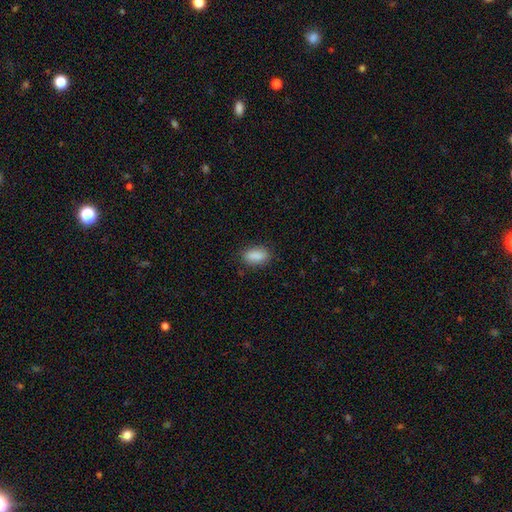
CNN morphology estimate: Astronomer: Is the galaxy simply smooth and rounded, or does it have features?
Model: smooth — 89%.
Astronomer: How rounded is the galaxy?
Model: in between — 90%.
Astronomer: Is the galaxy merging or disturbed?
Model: none — 85%.